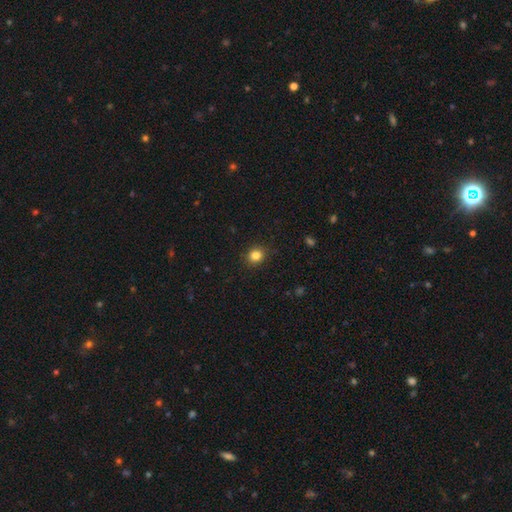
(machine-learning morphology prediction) A smooth galaxy with no disk features (84%) that is round (79%). Merging: none (90%).